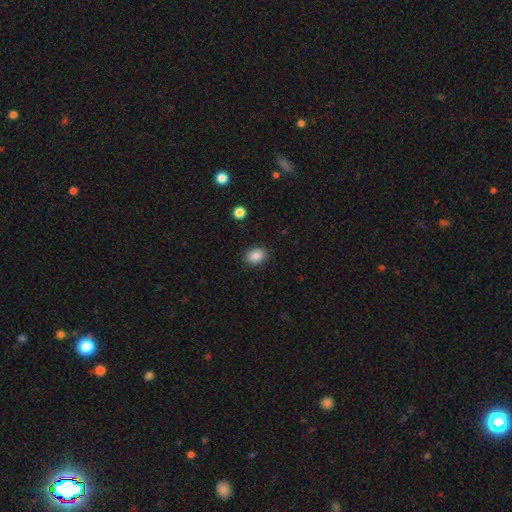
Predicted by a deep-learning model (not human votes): Smooth or featured? smooth (87%)
How rounded? in between (55%)
Merging? none (88%)